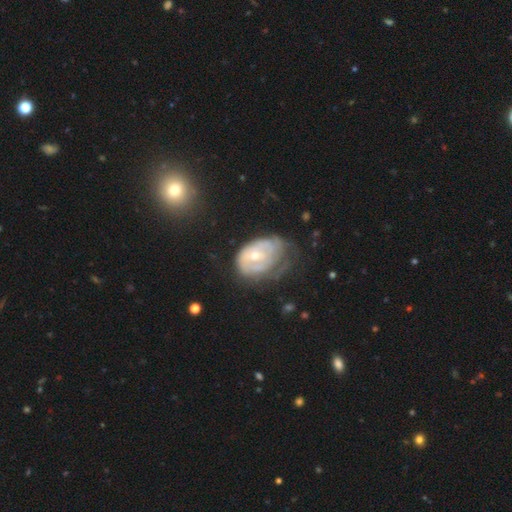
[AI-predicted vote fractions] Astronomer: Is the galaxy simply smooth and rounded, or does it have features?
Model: featured or disk — 65%.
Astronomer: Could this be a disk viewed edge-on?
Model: no — 96%.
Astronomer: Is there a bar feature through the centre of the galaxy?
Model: no — 72%.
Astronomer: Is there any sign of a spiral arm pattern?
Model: yes — 59% (runner-up: no, 41%).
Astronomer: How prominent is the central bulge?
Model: moderate — 49% (runner-up: small, 47%).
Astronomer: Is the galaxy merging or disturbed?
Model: none — 33%, tied with minor disturbance at 33%.